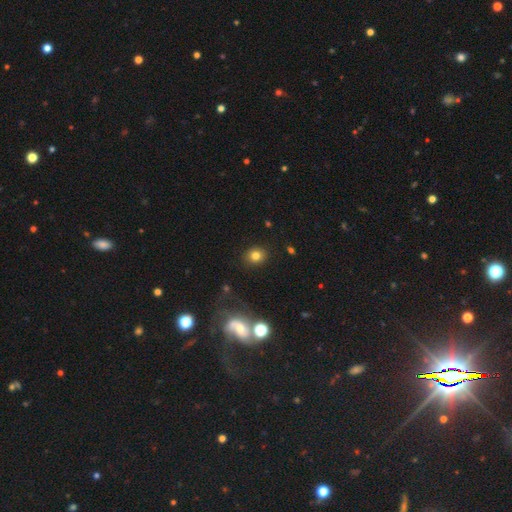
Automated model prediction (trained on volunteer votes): Q: Smooth or featured?
A: smooth (79%); runner-up: star or artifact (13%)
Q: How rounded?
A: round (73%); runner-up: in between (26%)
Q: Merging?
A: none (88%); runner-up: minor disturbance (7%)